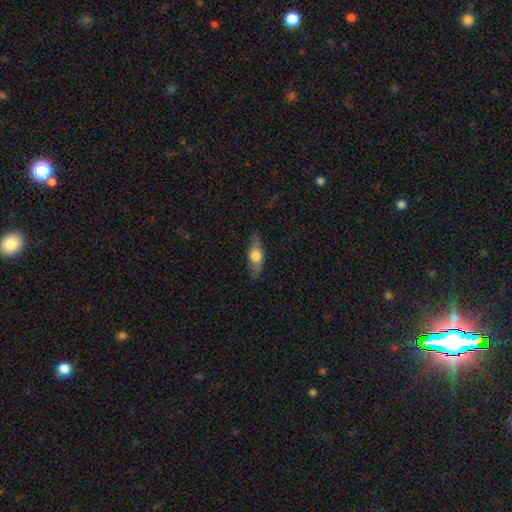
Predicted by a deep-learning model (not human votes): smooth_or_featured: smooth (p=0.52) [alt: featured or disk p=0.41]
how_rounded: in between (p=0.59) [alt: cigar-shaped p=0.34]
merging: none (p=0.82) [alt: minor disturbance p=0.14]